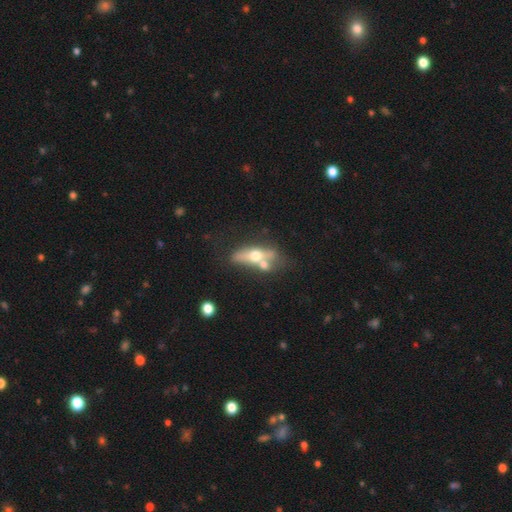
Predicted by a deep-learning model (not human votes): featured or disk 56%, smooth 37%, star or artifact 7%. Down the decision tree: edge-on disk — yes (65%); merging — none (42%).